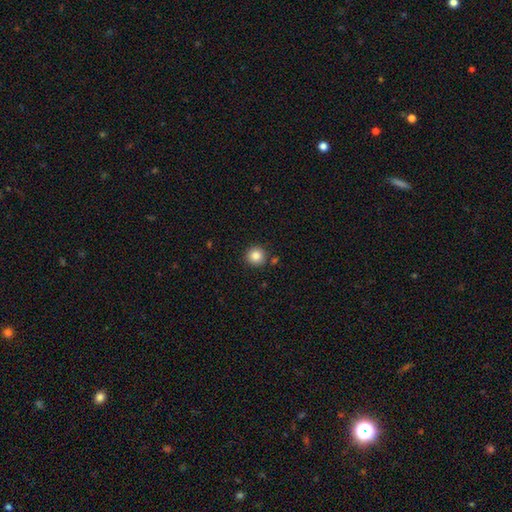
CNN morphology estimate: Smooth or featured: smooth — 85% (star or artifact — 10%)
How rounded: round — 95% (in between — 4%)
Merging: none — 88% (minor disturbance — 6%)